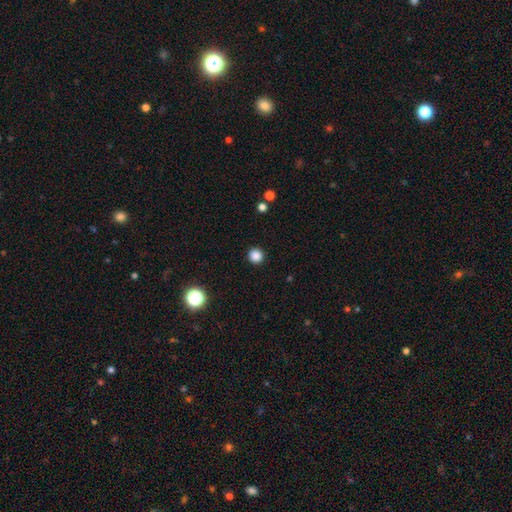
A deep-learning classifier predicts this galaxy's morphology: Smooth or featured: smooth — 85% (star or artifact — 12%)
How rounded: round — 94% (in between — 5%)
Merging: none — 92% (minor disturbance — 5%)